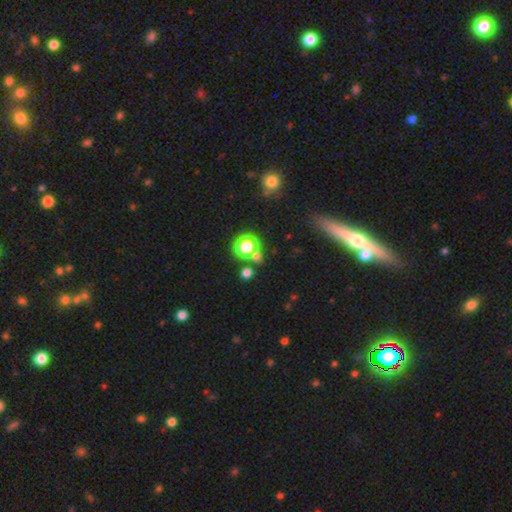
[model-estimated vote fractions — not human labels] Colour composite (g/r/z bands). It shows a smooth galaxy with no disk features (57%) that is round (82%). Merging: none (72%).